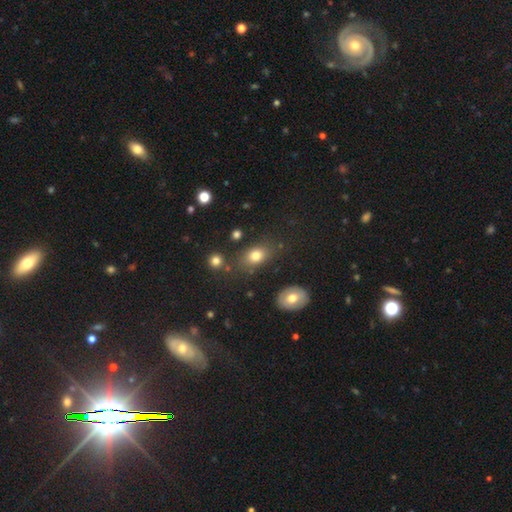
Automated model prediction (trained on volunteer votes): Smooth or featured? Predicted: smooth (p=0.77). How rounded? Predicted: in between (p=0.75). Merging? Predicted: none (p=0.73).